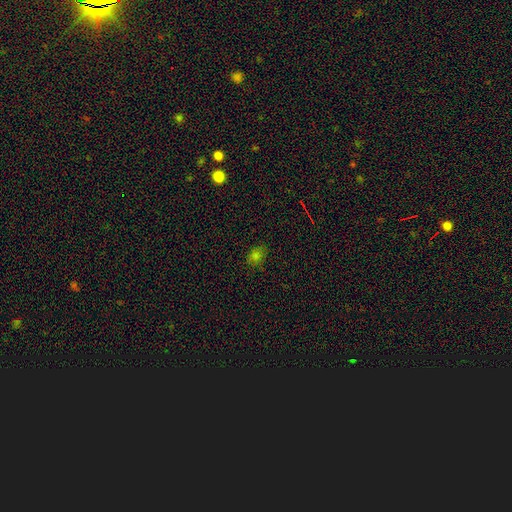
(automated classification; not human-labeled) smooth-or-featured: smooth: 71% | star or artifact: 23% | featured or disk: 6%
  how-rounded: in between: 60% | round: 38% | cigar-shaped: 2%
  merging: none: 77% | minor disturbance: 17% | major disturbance: 4% | merger: 2%